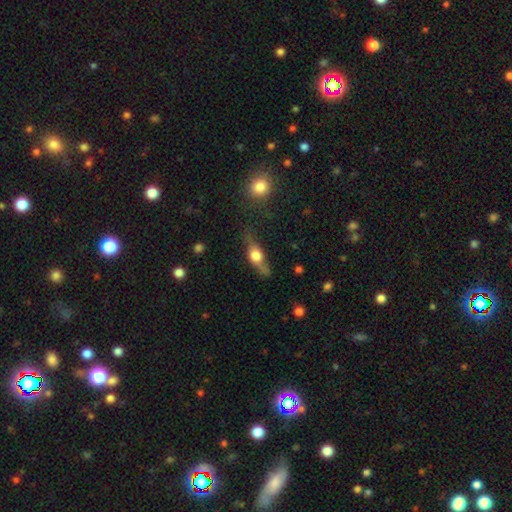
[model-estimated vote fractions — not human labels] The model was most divided on "smooth or featured": featured or disk: 53%, smooth: 39%, star or artifact: 7%. More confident: edge-on disk — yes (83%); merging — none (62%).